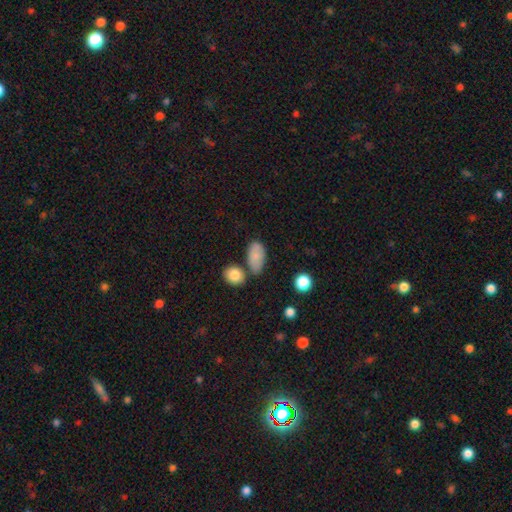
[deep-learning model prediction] The model was most divided on "merging": none: 57%, minor disturbance: 22%, merger: 15%, major disturbance: 6%. More confident: how rounded — in between (92%); smooth or featured — smooth (82%).